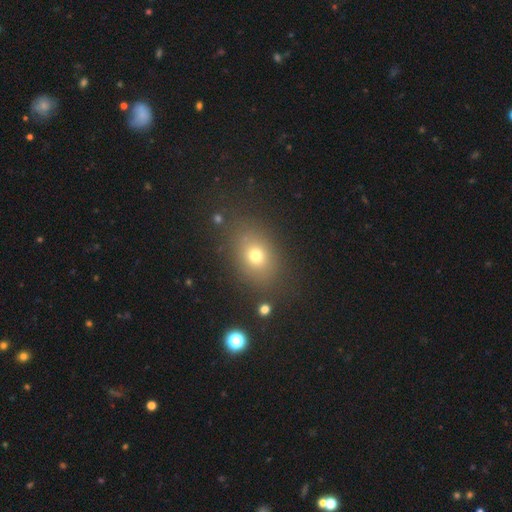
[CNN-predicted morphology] A smooth galaxy with no disk features (71%) that is in between round and cigar-shaped (59%). Merging: none (80%).